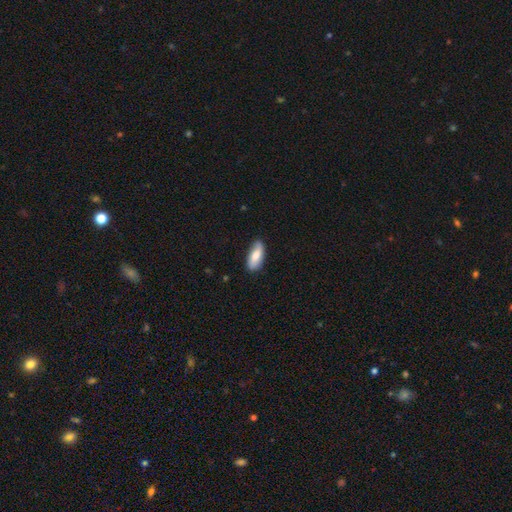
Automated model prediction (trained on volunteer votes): smooth 71%, featured or disk 23%, star or artifact 6%. Down the decision tree: how rounded — in between (83%); merging — none (80%).